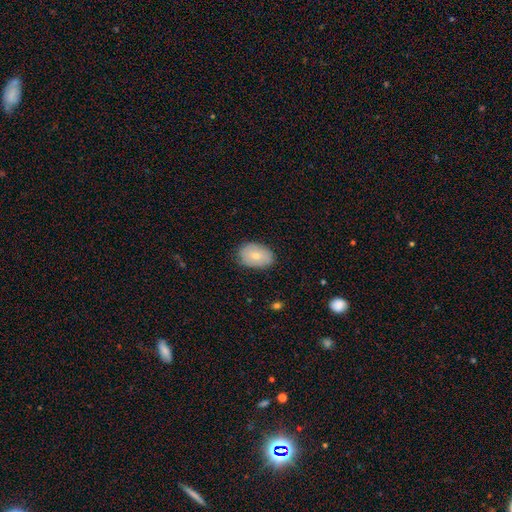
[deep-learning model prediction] Smooth or featured: smooth — 73% (featured or disk — 20%)
How rounded: in between — 82% (round — 17%)
Merging: none — 81% (minor disturbance — 15%)